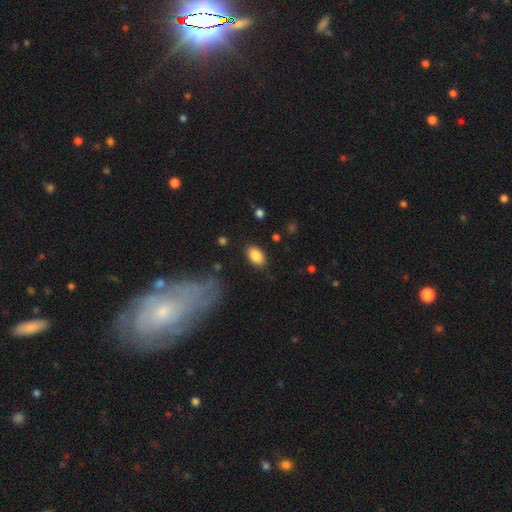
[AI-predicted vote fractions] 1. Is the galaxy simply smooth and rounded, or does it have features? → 86% smooth, 8% star or artifact, 7% featured or disk.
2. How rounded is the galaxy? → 90% in between, 9% round, 1% cigar-shaped.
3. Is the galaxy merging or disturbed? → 85% none, 11% minor disturbance, 3% major disturbance, 2% merger.